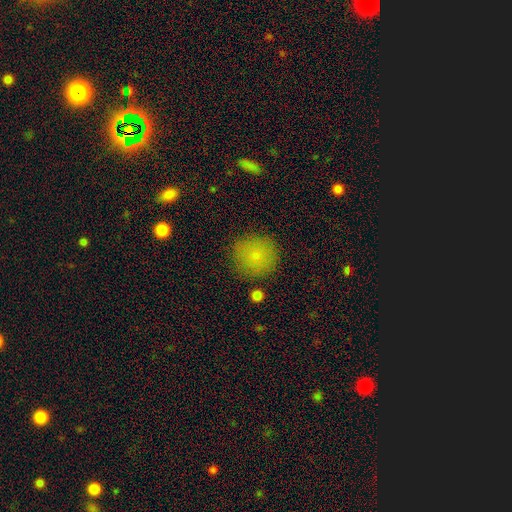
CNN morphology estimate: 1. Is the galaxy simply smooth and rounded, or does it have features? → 79% smooth, 11% star or artifact, 10% featured or disk.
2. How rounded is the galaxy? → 93% round, 6% in between, 1% cigar-shaped.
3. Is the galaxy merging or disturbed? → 84% none, 10% minor disturbance, 3% major disturbance, 2% merger.